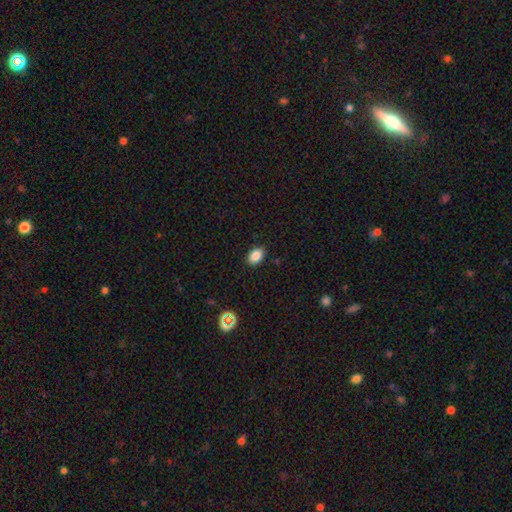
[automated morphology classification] Smooth or featured?
  - smooth: 84% *
  - star or artifact: 10%
  - featured or disk: 6%
How rounded?
  - in between: 85% *
  - round: 14%
  - cigar-shaped: 1%
Merging?
  - none: 88% *
  - minor disturbance: 9%
  - major disturbance: 2%
  - merger: 1%